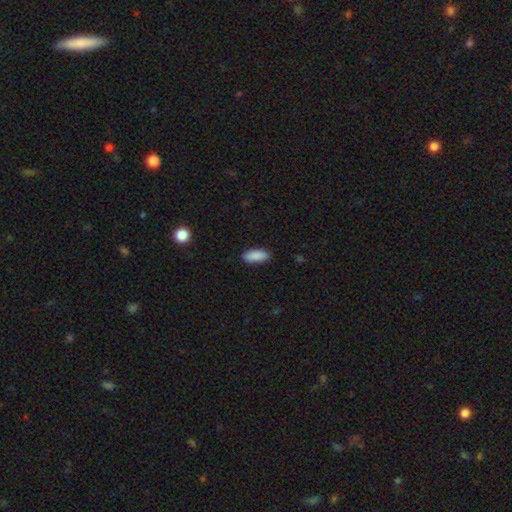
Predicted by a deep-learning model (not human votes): This appears to be a smooth galaxy with no disk features (90%) that is in between round and cigar-shaped (82%). Merging: none (88%).